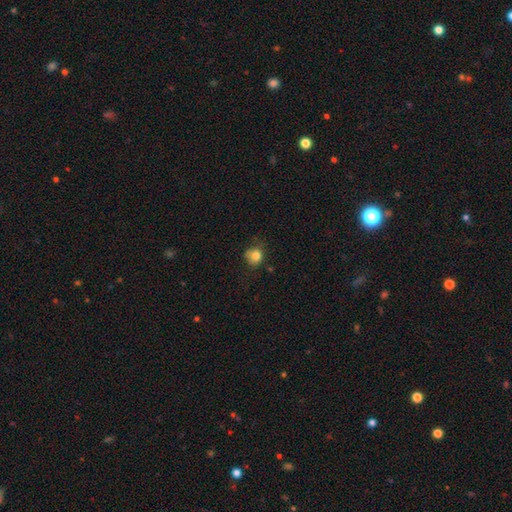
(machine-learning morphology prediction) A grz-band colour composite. It shows a smooth galaxy with no disk features (81%) that is round (77%). Merging: none (59%).